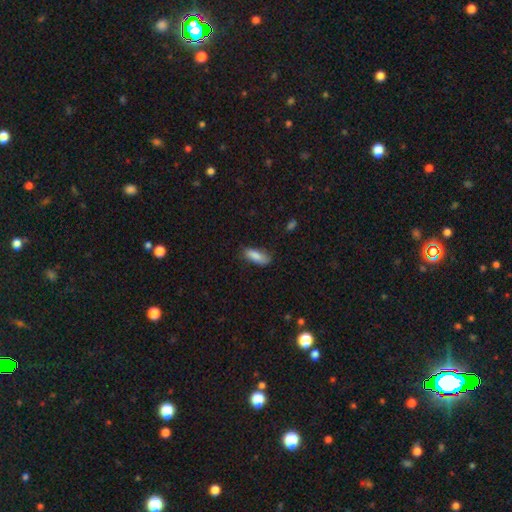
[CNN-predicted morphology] Smooth or featured?
  - smooth: 85% *
  - featured or disk: 8%
  - star or artifact: 7%
How rounded?
  - in between: 72% *
  - cigar-shaped: 26%
  - round: 2%
Merging?
  - none: 70% *
  - minor disturbance: 23%
  - major disturbance: 5%
  - merger: 2%